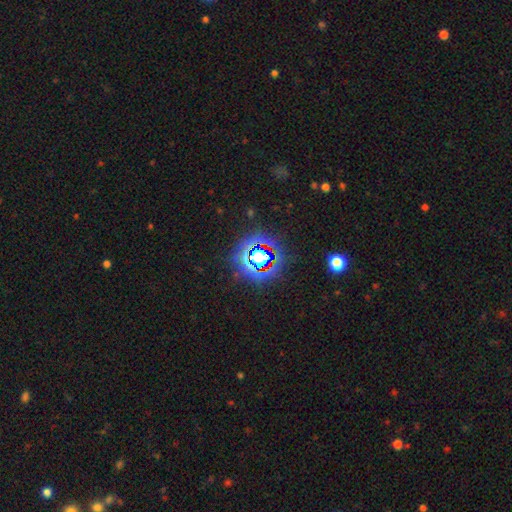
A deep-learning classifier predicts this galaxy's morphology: This is likely a star or artifact rather than a galaxy (75%).